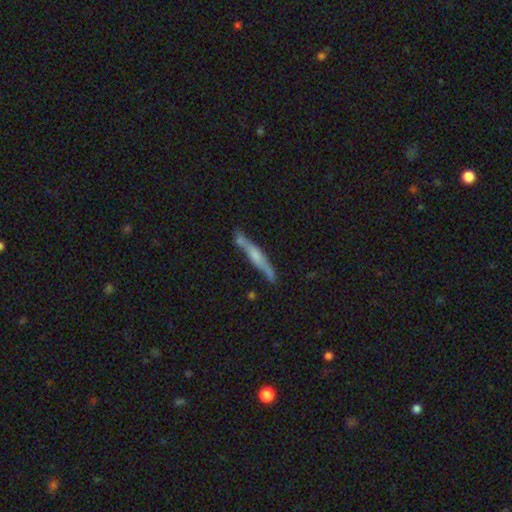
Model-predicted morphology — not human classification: Smooth or featured? Predicted: featured or disk (p=0.60). Edge-on disk? Predicted: yes (p=0.94). Edge-on bulge? Predicted: rounded (p=0.61). Merging? Predicted: none (p=0.75).